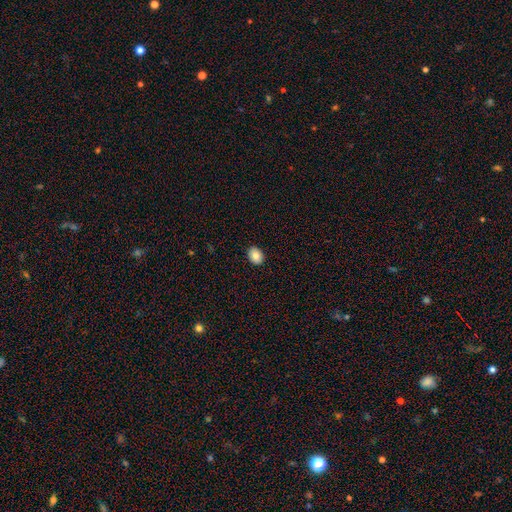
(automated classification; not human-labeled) Q: Smooth or featured?
A: smooth (82%); runner-up: featured or disk (9%)
Q: How rounded?
A: in between (60%); runner-up: round (39%)
Q: Merging?
A: none (91%); runner-up: minor disturbance (7%)